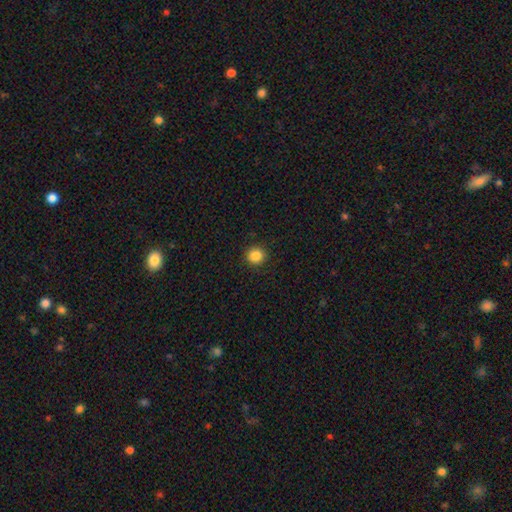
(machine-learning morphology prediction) smooth 86%, star or artifact 11%, featured or disk 3%. Down the decision tree: how rounded — round (89%); merging — none (91%).